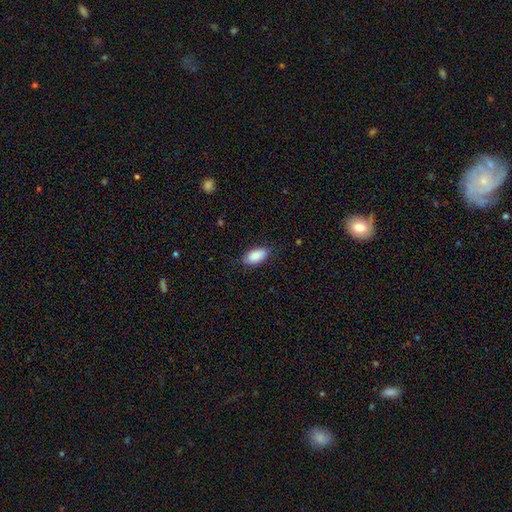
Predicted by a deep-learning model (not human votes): A smooth galaxy with no disk features (88%) that is in between round and cigar-shaped (93%). Merging: none (84%).